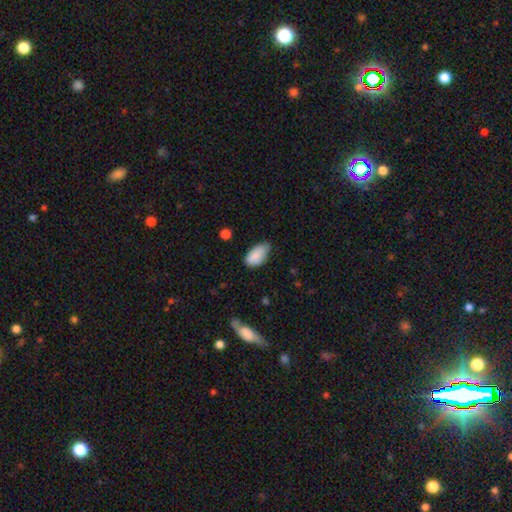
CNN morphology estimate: Smooth or featured? Predicted: smooth (p=0.87). How rounded? Predicted: in between (p=0.94). Merging? Predicted: none (p=0.52).